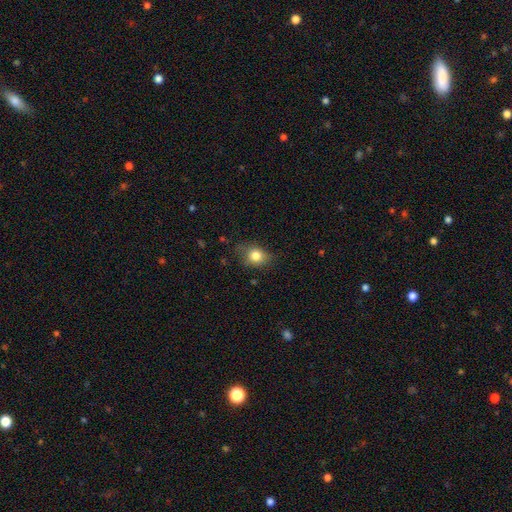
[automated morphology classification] A smooth galaxy with no disk features (81%) that is in between round and cigar-shaped (52%). Merging: none (67%).